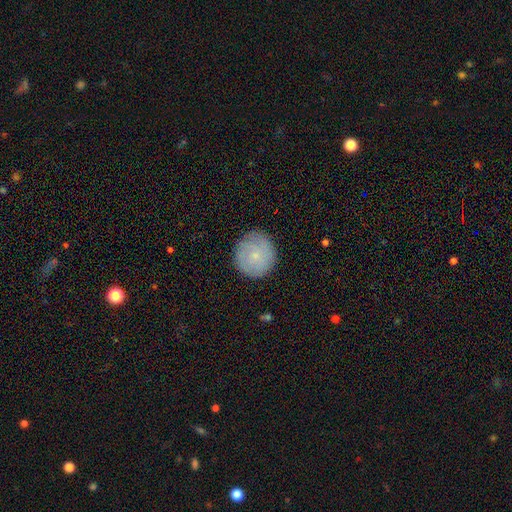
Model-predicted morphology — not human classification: This appears to be a smooth galaxy with no disk features (58%) that is round (89%). Merging: none (82%).